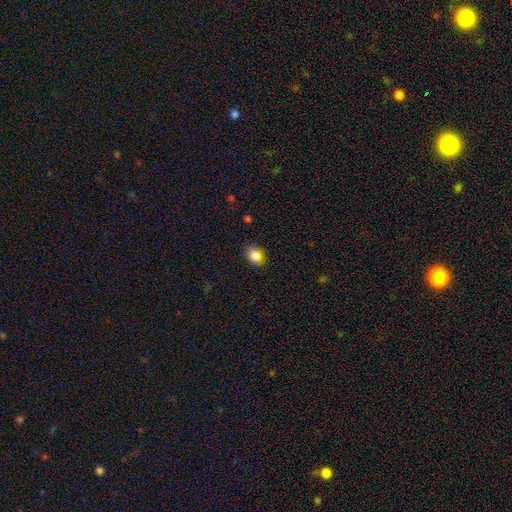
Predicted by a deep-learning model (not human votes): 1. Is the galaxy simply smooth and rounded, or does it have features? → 83% smooth, 12% star or artifact, 5% featured or disk.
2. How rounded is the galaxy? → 55% in between, 43% round, 1% cigar-shaped.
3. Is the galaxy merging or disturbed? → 84% none, 12% minor disturbance, 3% major disturbance, 2% merger.